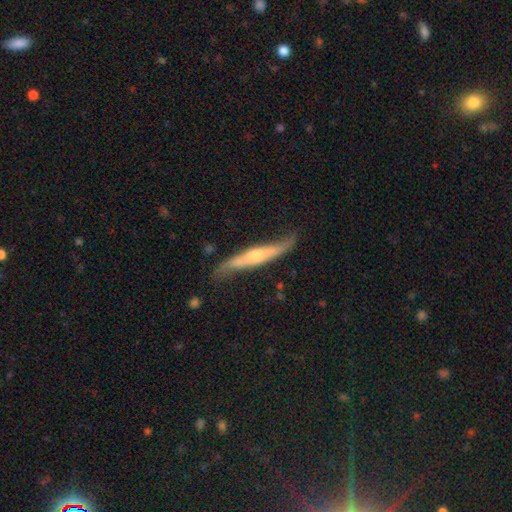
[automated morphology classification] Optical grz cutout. It shows a featured or disk galaxy (61%) viewed edge-on (74%). Merging: none (65%).